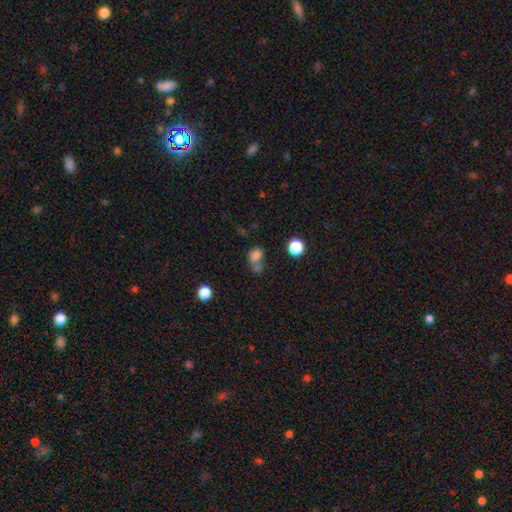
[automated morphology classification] This is likely a smooth galaxy (78%). How rounded: possibly in between (55%). Merging: marginally merger (44%).